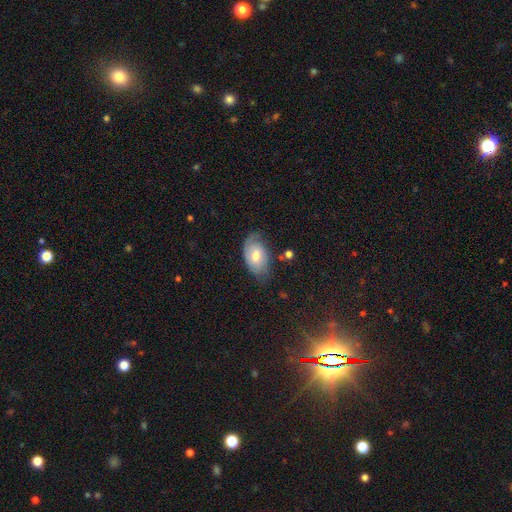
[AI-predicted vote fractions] Smooth or featured?
  - smooth: 54% *
  - featured or disk: 39%
  - star or artifact: 7%
How rounded?
  - in between: 91% *
  - round: 7%
  - cigar-shaped: 2%
Merging?
  - none: 60% *
  - minor disturbance: 28%
  - major disturbance: 10%
  - merger: 2%